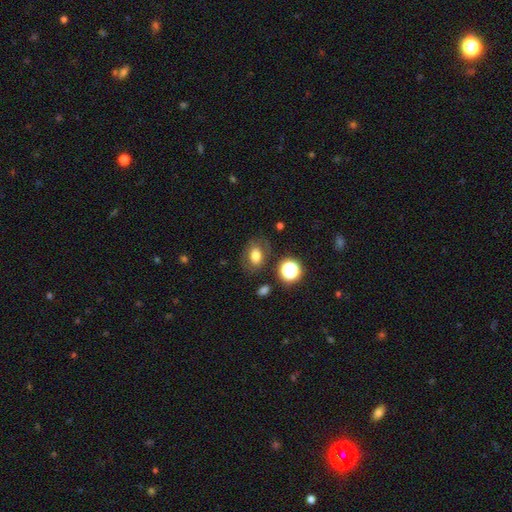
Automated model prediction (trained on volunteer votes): Morphology: type=smooth (70%); roundness=in between (72%); merging=none (75%).